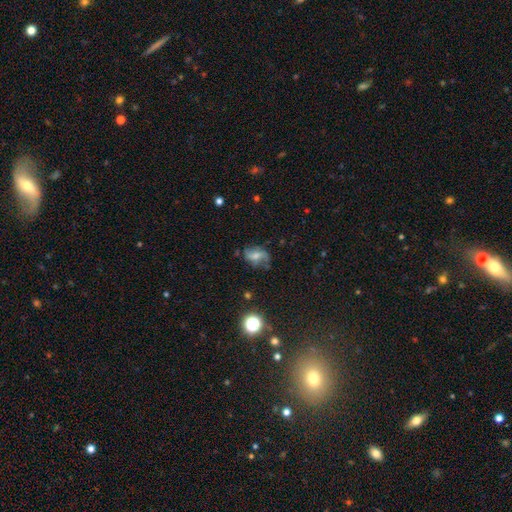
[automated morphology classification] This is possibly a featured or disk galaxy (56%). It is clearly not viewed edge-on (96%). Bar: possibly no (49%). Spiral arm pattern: clearly yes (83%). Central bulge: possibly moderate (46%). Merging: possibly none (58%).